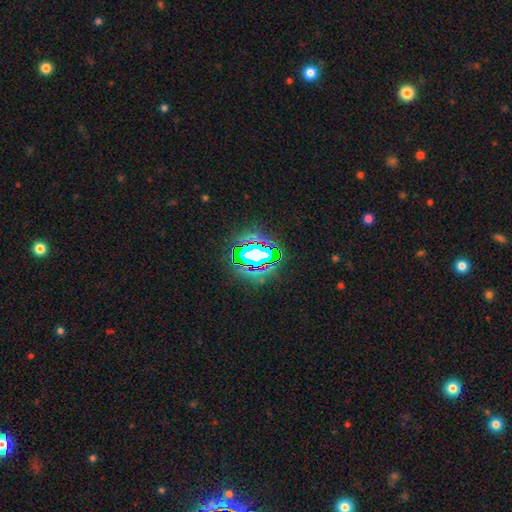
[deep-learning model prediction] smooth_or_featured: star or artifact (p=0.64) [alt: smooth p=0.20]